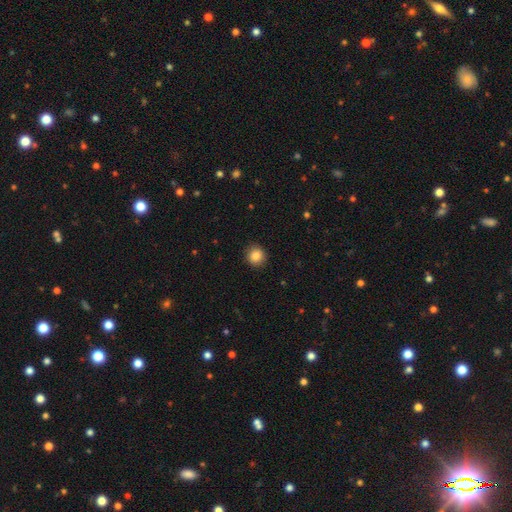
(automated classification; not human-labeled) A smooth galaxy with no disk features (86%) that is round (91%).

Vote fractions:
- Smooth or featured? smooth: 86% / star or artifact: 10% / featured or disk: 5%
- How rounded? round: 91% / in between: 8% / cigar-shaped: 1%
- Merging? none: 91% / minor disturbance: 6% / major disturbance: 2% / merger: 1%